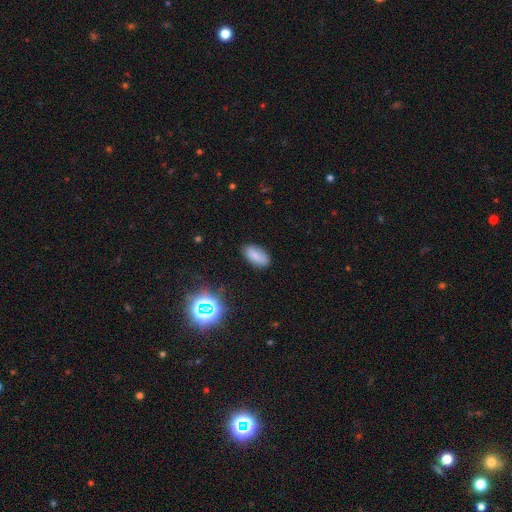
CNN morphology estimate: smooth_or_featured: smooth (p=0.78) [alt: star or artifact p=0.12]
how_rounded: in between (p=0.92) [alt: cigar-shaped p=0.04]
merging: none (p=0.83) [alt: minor disturbance p=0.13]